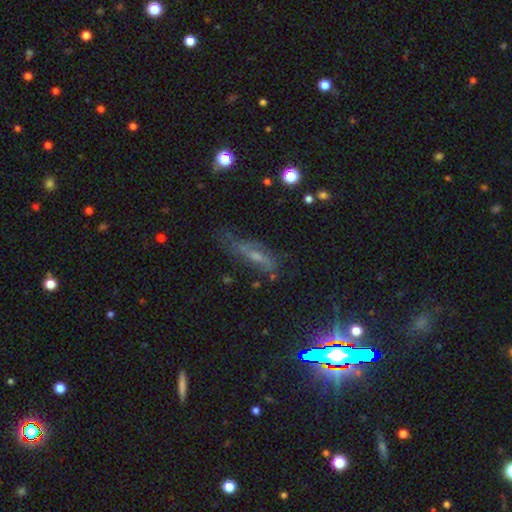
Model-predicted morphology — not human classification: This is possibly a featured or disk galaxy (47%). Merging: possibly none (55%).